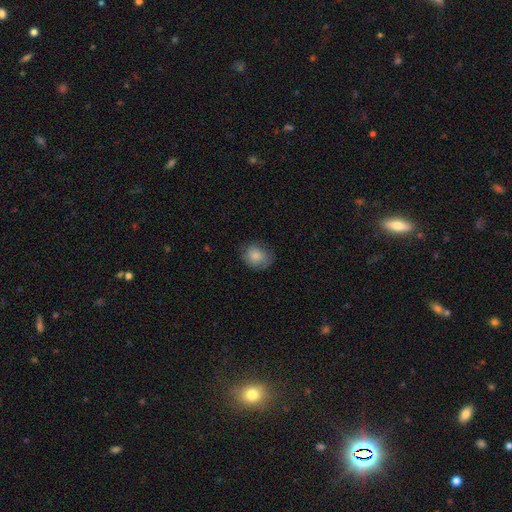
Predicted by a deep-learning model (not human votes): Smooth or featured? smooth (82%)
How rounded? round (57%)
Merging? none (73%)